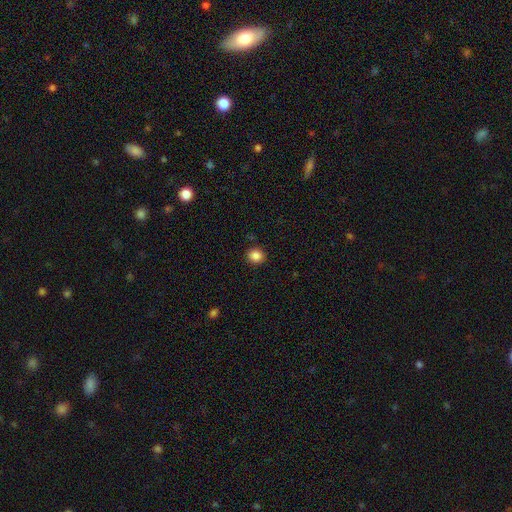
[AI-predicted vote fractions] This is clearly a smooth galaxy (86%). How rounded: likely round (79%). Merging: clearly none (90%).